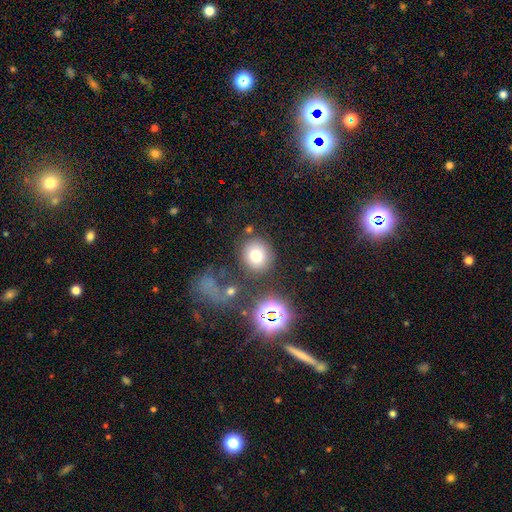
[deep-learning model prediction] A smooth galaxy with no disk features (73%) that is round (86%).

Vote fractions:
- Smooth or featured? smooth: 73% / star or artifact: 16% / featured or disk: 12%
- How rounded? round: 86% / in between: 14% / cigar-shaped: 1%
- Merging? none: 77% / minor disturbance: 10% / merger: 7% / major disturbance: 6%